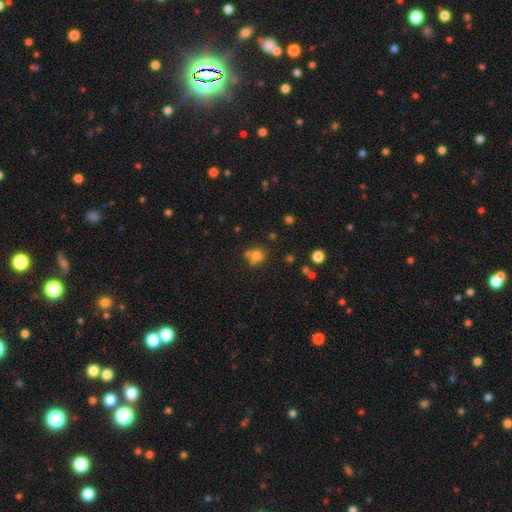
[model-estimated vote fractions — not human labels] Overall: smooth (72%). How rounded: round (78%). Merging: none (51%; merger 31%).